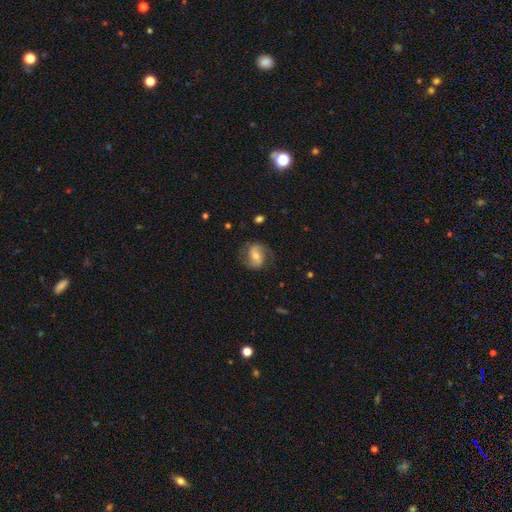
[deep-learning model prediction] A featured or disk galaxy (51%). Merging: none (70%).